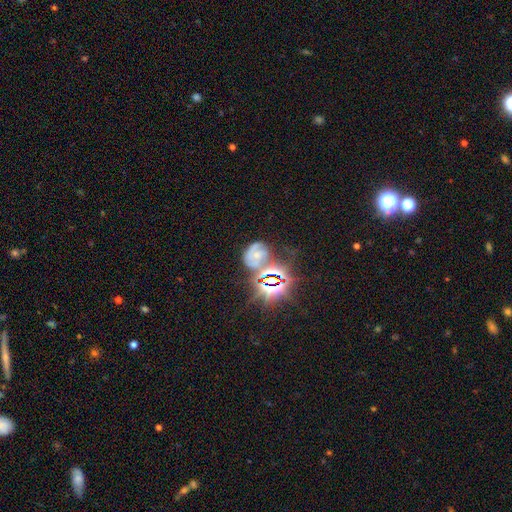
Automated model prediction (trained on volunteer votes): Overall: featured or disk (49%; star or artifact 29%). Merging: none (42%; minor disturbance 23%).